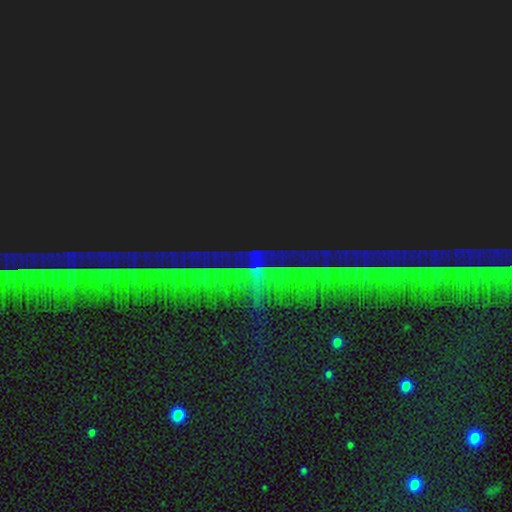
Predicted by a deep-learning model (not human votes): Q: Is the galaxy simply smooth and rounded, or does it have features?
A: star or artifact — 89%.